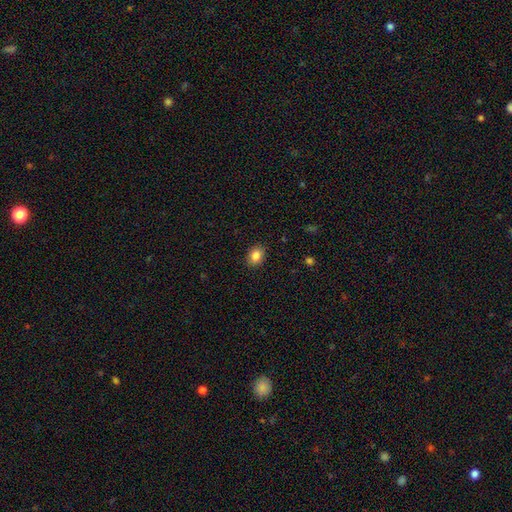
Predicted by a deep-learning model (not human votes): smooth 85%, star or artifact 9%, featured or disk 6%. Down the decision tree: how rounded — in between (65%); merging — none (89%).